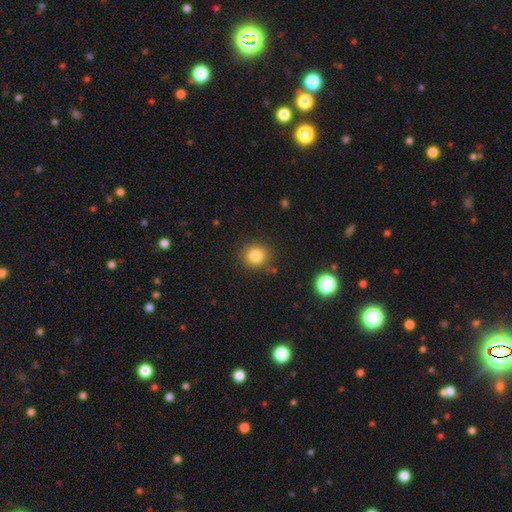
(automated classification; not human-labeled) This is clearly a smooth galaxy (82%). How rounded: clearly round (88%). Merging: clearly none (86%).